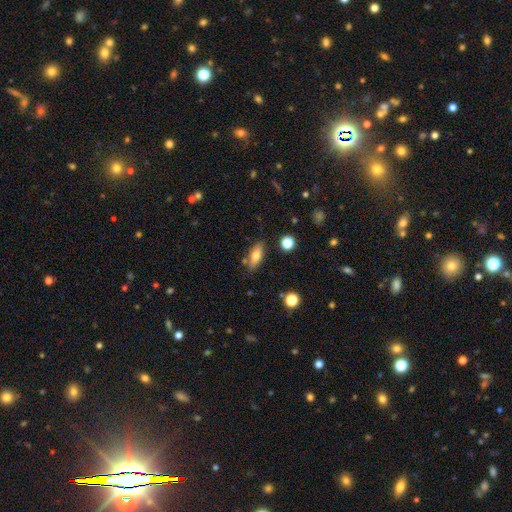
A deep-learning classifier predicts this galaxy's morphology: A smooth galaxy with no disk features (74%) that is in between round and cigar-shaped (73%).

Vote fractions:
- Smooth or featured? smooth: 74% / featured or disk: 17% / star or artifact: 8%
- How rounded? in between: 73% / cigar-shaped: 24% / round: 4%
- Merging? none: 79% / minor disturbance: 13% / merger: 5% / major disturbance: 3%